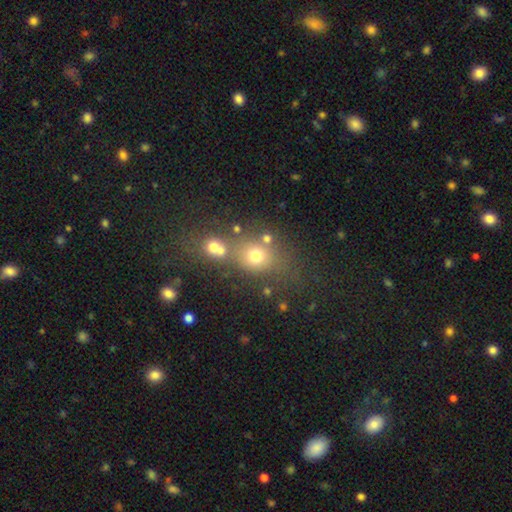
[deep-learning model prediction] Smooth or featured? smooth (68%)
How rounded? round (64%)
Merging? none (53%)